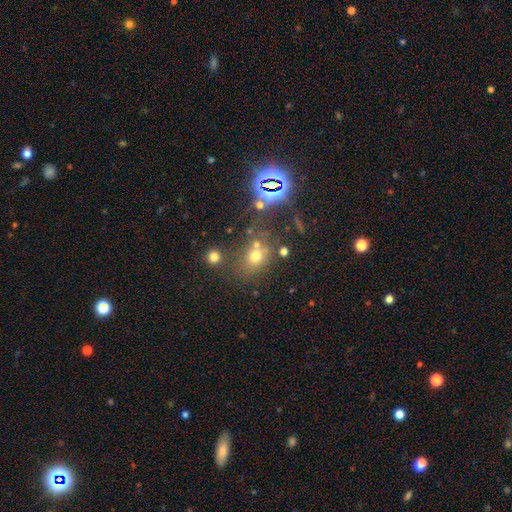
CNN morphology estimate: A smooth galaxy with no disk features (60%) that is round (64%).

Vote fractions:
- Smooth or featured? smooth: 60% / star or artifact: 27% / featured or disk: 13%
- How rounded? round: 64% / in between: 34% / cigar-shaped: 1%
- Merging? none: 58% / merger: 21% / minor disturbance: 13% / major disturbance: 8%